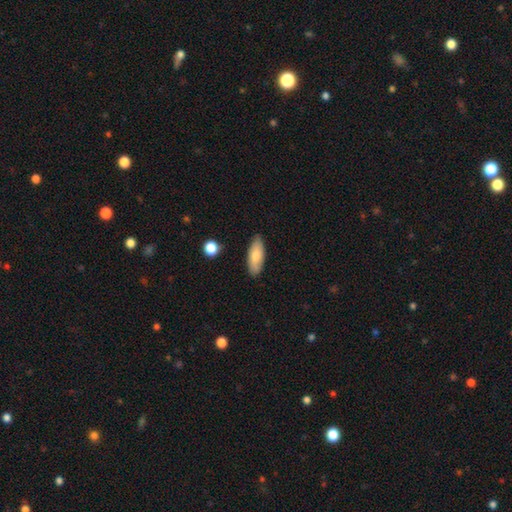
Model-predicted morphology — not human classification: Smooth or featured?
  - smooth: 77% *
  - featured or disk: 17%
  - star or artifact: 6%
How rounded?
  - in between: 79% *
  - cigar-shaped: 19%
  - round: 2%
Merging?
  - none: 82% *
  - minor disturbance: 14%
  - major disturbance: 2%
  - merger: 2%